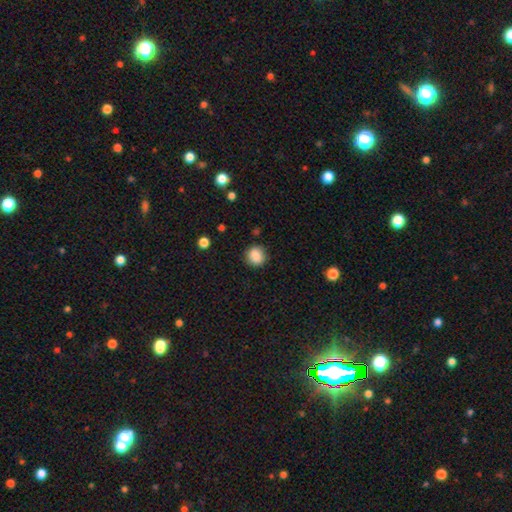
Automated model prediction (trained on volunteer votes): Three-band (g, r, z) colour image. It shows a smooth galaxy with no disk features (86%) that is round (84%). Merging: none (86%).